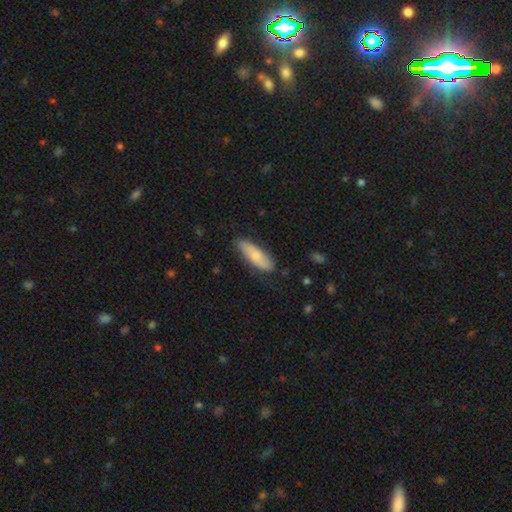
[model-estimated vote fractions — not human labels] A smooth galaxy with no disk features (71%) that is in between round and cigar-shaped (51%).

Vote fractions:
- Smooth or featured? smooth: 71% / featured or disk: 23% / star or artifact: 5%
- How rounded? in between: 51% / cigar-shaped: 47% / round: 2%
- Merging? none: 79% / minor disturbance: 17% / major disturbance: 3% / merger: 1%